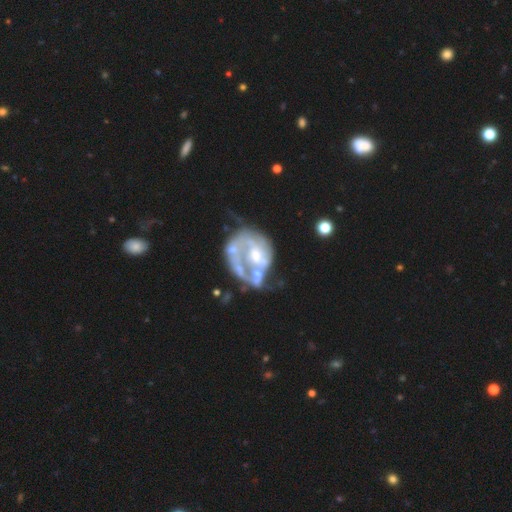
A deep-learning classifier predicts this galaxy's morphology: The model was most divided on "merging": major disturbance: 31%, none: 30%, merger: 20%, minor disturbance: 18%. Remaining: edge-on disk — no (98%); smooth or featured — featured or disk (78%); bar — no (65%); spiral arms — yes (55%); bulge size — moderate (42%).